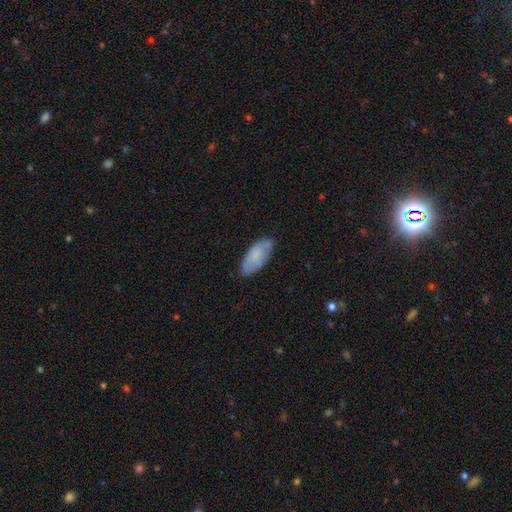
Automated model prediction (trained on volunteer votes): smooth 77%, featured or disk 17%, star or artifact 6%. Down the decision tree: how rounded — in between (86%); merging — none (75%).